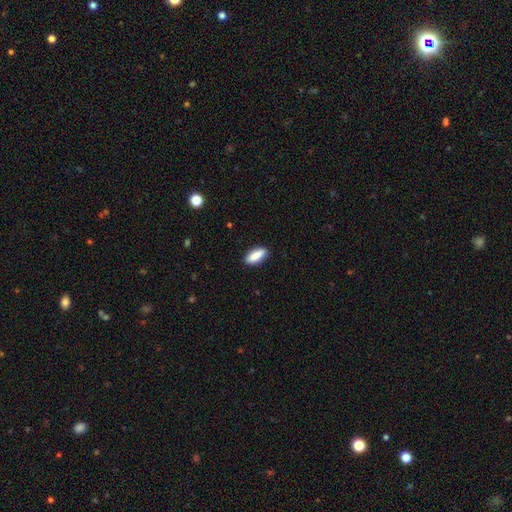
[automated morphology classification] Q: Smooth or featured?
A: smooth (85%); runner-up: featured or disk (8%)
Q: How rounded?
A: in between (69%); runner-up: cigar-shaped (28%)
Q: Merging?
A: none (88%); runner-up: minor disturbance (9%)